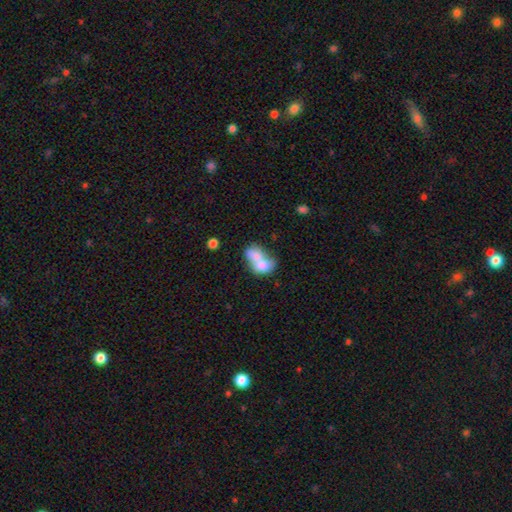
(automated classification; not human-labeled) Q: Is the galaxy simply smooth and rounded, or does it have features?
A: smooth — 70%.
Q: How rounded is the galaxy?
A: in between — 72%.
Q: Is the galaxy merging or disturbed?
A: merger — 76%.